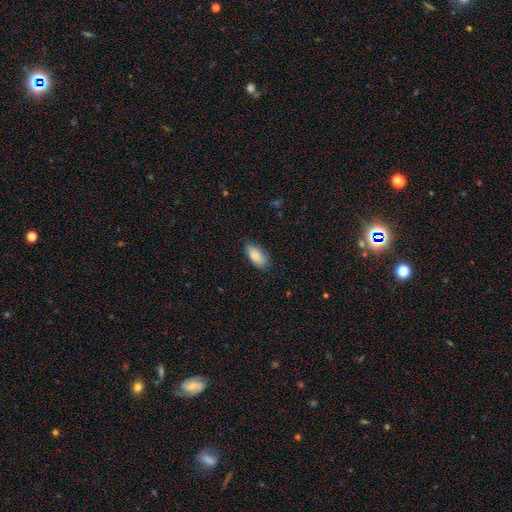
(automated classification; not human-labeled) Smooth or featured: smooth — 85% (featured or disk — 8%)
How rounded: in between — 90% (cigar-shaped — 7%)
Merging: none — 73% (minor disturbance — 22%)